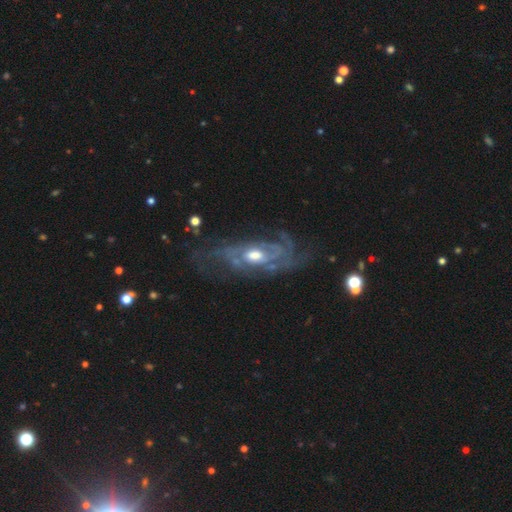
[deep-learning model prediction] A featured or disk galaxy (88%) with no bar (58%), tight (54%) spiral arms (94%) and a moderate central bulge (69%). Merging: none (62%).